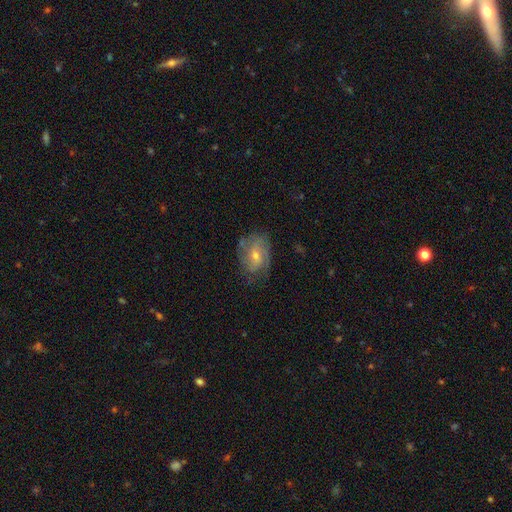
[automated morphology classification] A featured or disk galaxy (67%) with no bar (58%), 2 (41%) tight (42%) spiral arms (84%) and a small central bulge (51%). Merging: none (67%).